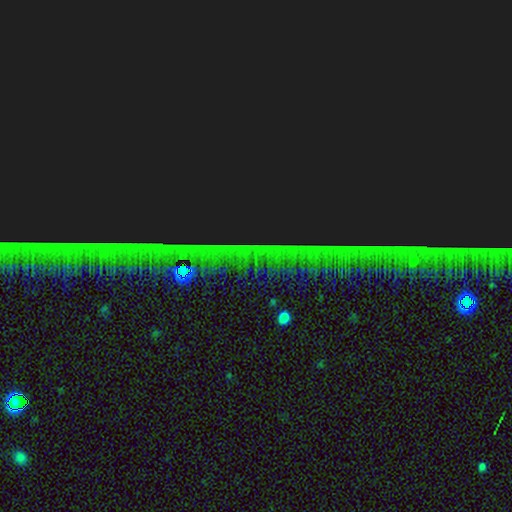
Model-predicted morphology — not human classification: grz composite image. It shows a star or artifact, not a galaxy (87%).